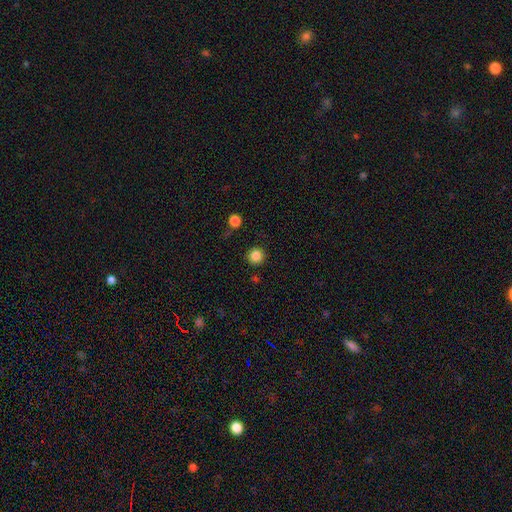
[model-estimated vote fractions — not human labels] smooth-or-featured: smooth: 85% | star or artifact: 11% | featured or disk: 4%
  how-rounded: round: 95% | in between: 4% | cigar-shaped: 1%
  merging: none: 90% | minor disturbance: 6% | merger: 2% | major disturbance: 2%